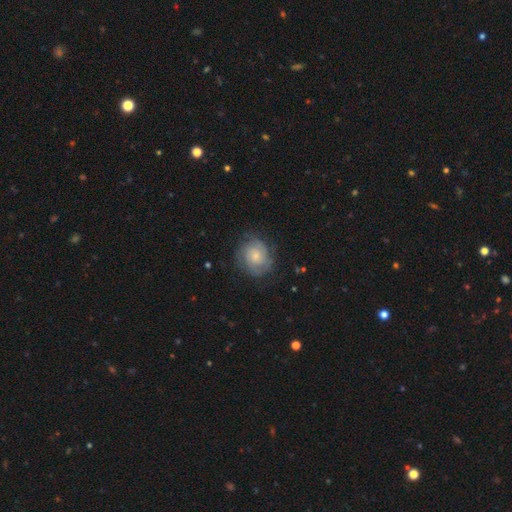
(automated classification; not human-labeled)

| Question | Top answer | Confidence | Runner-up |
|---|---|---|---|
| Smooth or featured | featured or disk | 66% | smooth (27%) |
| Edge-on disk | no | 98% | yes (2%) |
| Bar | no | 78% | weak (19%) |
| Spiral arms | yes | 90% | no (10%) |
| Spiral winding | tight | 67% | medium (26%) |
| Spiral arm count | can't tell | 37% | 2 (31%) |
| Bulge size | small | 61% | moderate (31%) |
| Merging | none | 74% | minor disturbance (18%) |